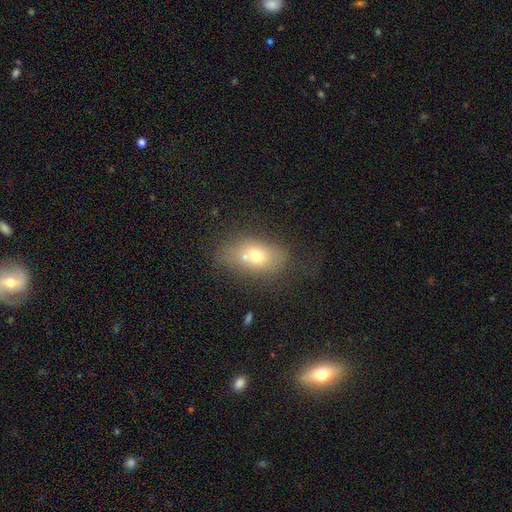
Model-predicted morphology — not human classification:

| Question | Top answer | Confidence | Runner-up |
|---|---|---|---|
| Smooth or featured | smooth | 65% | featured or disk (24%) |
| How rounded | in between | 77% | round (20%) |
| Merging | none | 44% | merger (32%) |